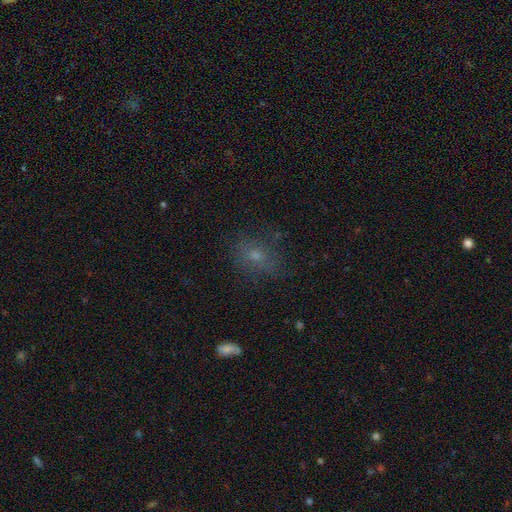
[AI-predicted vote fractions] Smooth or featured? Predicted: smooth (p=0.60). How rounded? Predicted: in between (p=0.52). Merging? Predicted: none (p=0.72).